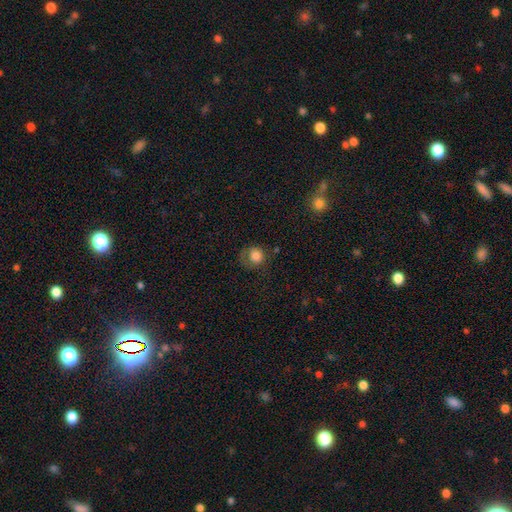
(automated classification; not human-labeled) A smooth galaxy with no disk features (80%) that is round (84%). Merging: none (54%).